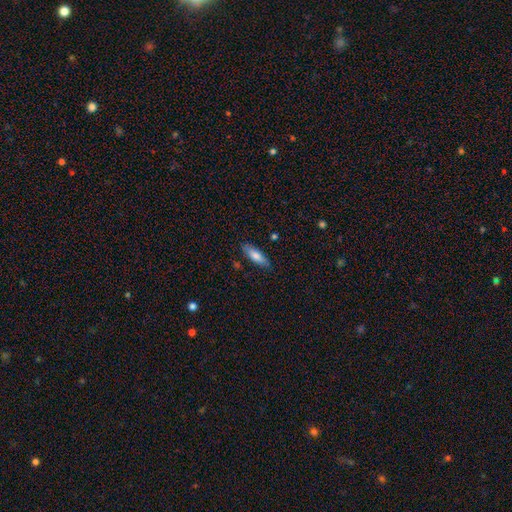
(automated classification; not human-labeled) Smooth or featured?
  - smooth: 76% *
  - featured or disk: 17%
  - star or artifact: 6%
How rounded?
  - in between: 52% *
  - cigar-shaped: 46%
  - round: 2%
Merging?
  - none: 83% *
  - minor disturbance: 13%
  - major disturbance: 2%
  - merger: 2%